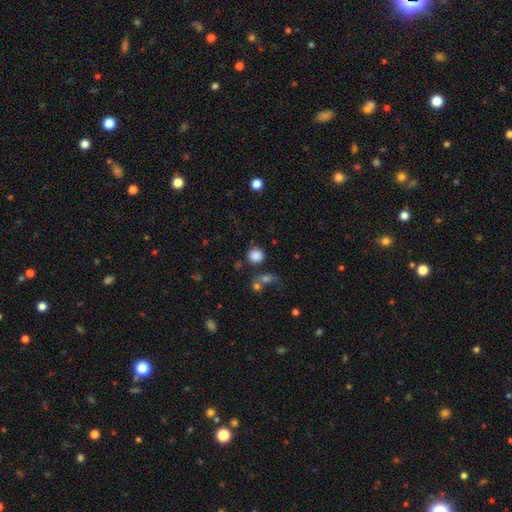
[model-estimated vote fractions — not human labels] smooth-or-featured: smooth: 84% | star or artifact: 11% | featured or disk: 5%
  how-rounded: round: 85% | in between: 14% | cigar-shaped: 1%
  merging: none: 72% | merger: 11% | minor disturbance: 11% | major disturbance: 6%